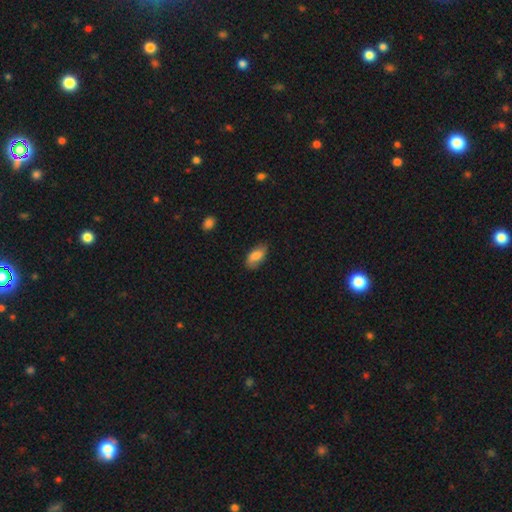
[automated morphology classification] smooth 81%, featured or disk 12%, star or artifact 7%. Down the decision tree: how rounded — in between (91%); merging — none (76%).